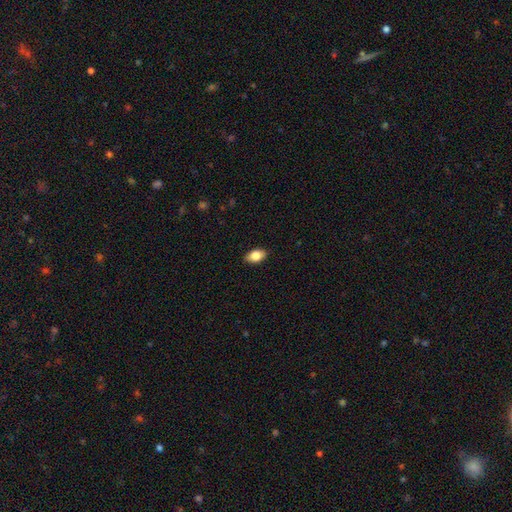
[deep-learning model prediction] Smooth or featured? Predicted: smooth (p=0.80). How rounded? Predicted: in between (p=0.89). Merging? Predicted: none (p=0.88).